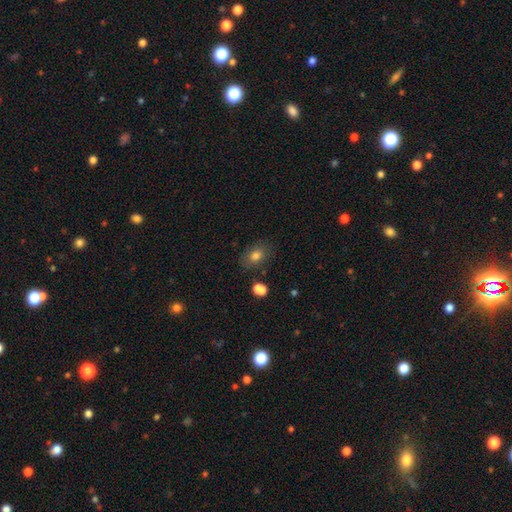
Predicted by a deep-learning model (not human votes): This appears to be a smooth galaxy with no disk features (81%) that is in between round and cigar-shaped (76%). Merging: none (77%).